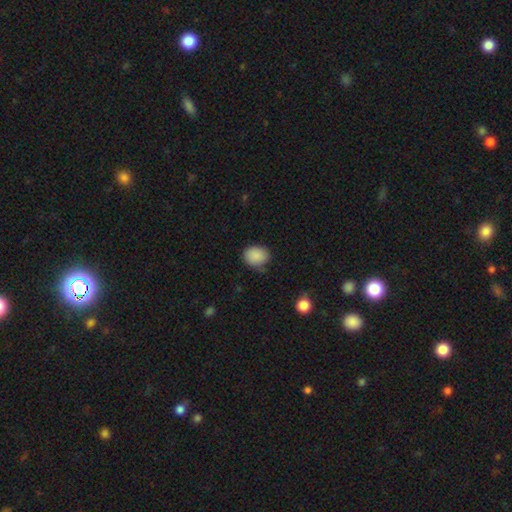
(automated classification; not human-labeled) The model was most divided on "how rounded": round: 52%, in between: 47%, cigar-shaped: 1%. More confident: smooth or featured — smooth (88%); merging — none (74%).